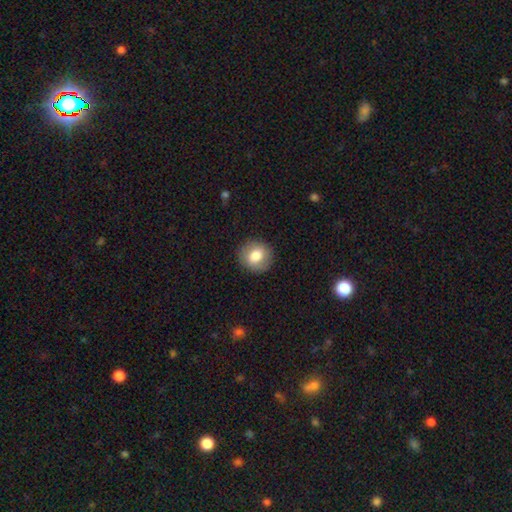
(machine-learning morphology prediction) Smooth or featured: smooth — 76% (featured or disk — 16%)
How rounded: round — 83% (in between — 16%)
Merging: none — 88% (minor disturbance — 8%)